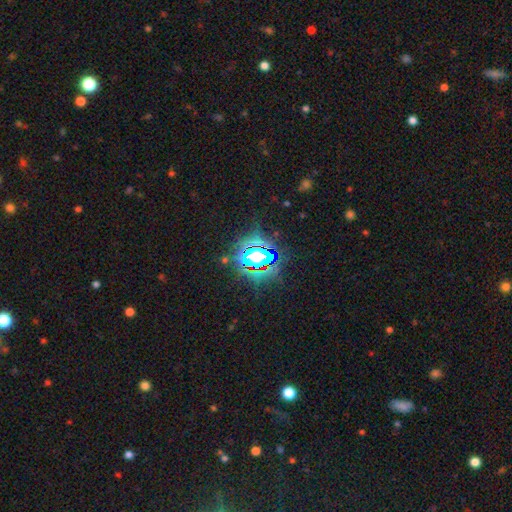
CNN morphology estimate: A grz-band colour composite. It shows a star or artifact, not a galaxy (83%).